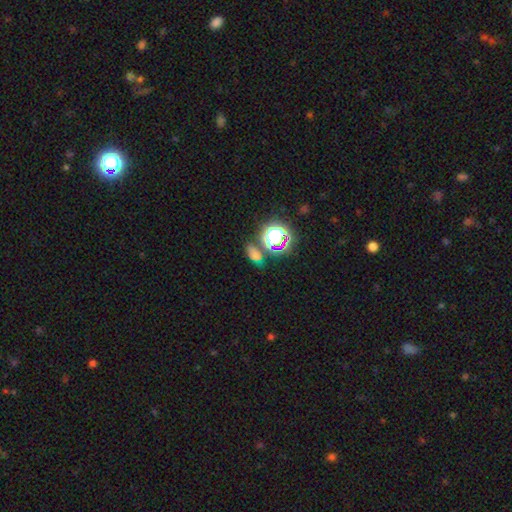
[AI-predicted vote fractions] Morphology: type=smooth (54%); roundness=in between (69%); merging=none (66%).